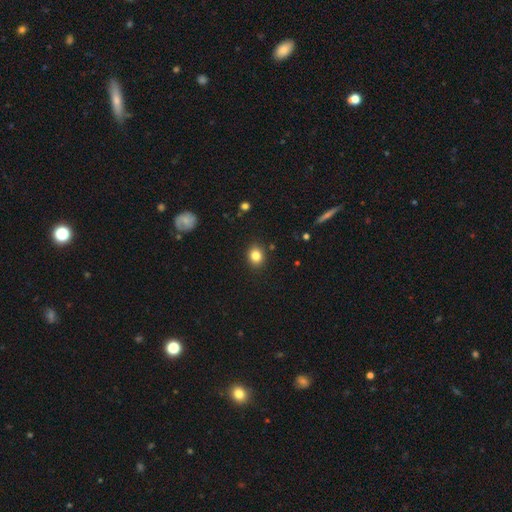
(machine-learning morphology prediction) Q: Smooth or featured?
A: smooth (83%); runner-up: star or artifact (11%)
Q: How rounded?
A: round (60%); runner-up: in between (39%)
Q: Merging?
A: none (89%); runner-up: minor disturbance (8%)